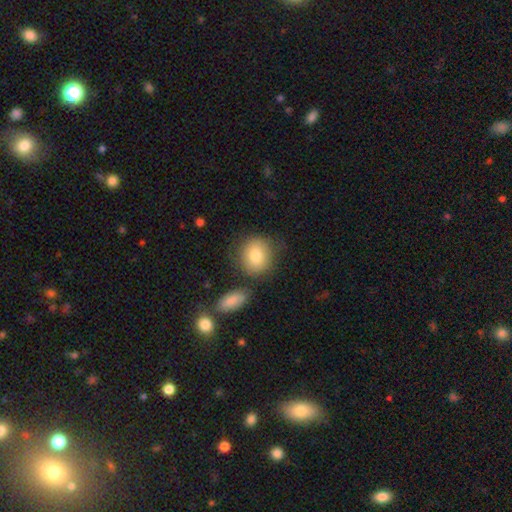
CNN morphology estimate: Smooth or featured? Predicted: smooth (p=0.83). How rounded? Predicted: round (p=0.74). Merging? Predicted: none (p=0.73).